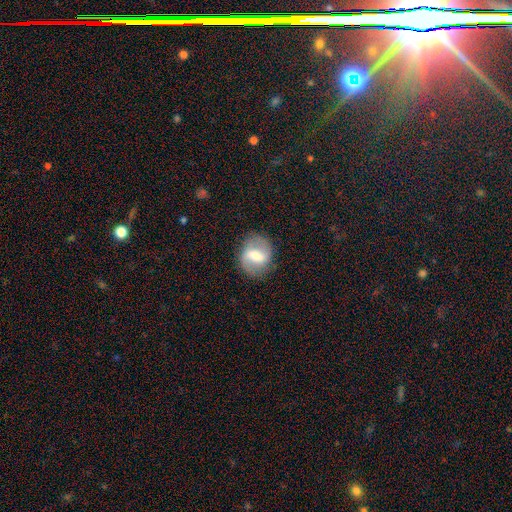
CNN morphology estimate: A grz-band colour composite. It shows a featured or disk galaxy (63%) with a strong bar (46%), spiral arms (67%) and a moderate central bulge (60%). Merging: none (82%).